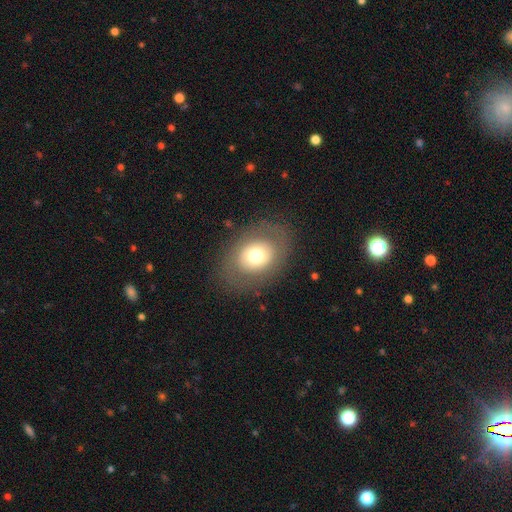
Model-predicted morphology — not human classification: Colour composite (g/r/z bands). It shows a smooth galaxy with no disk features (64%) that is in between round and cigar-shaped (62%). Merging: none (83%).